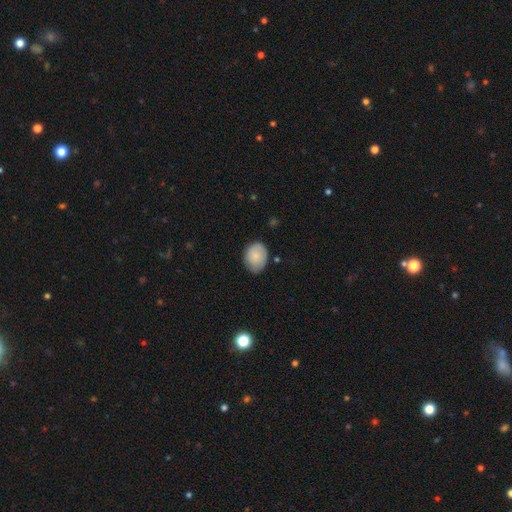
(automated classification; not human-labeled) smooth-or-featured: smooth: 84% | featured or disk: 10% | star or artifact: 7%
  how-rounded: in between: 58% | round: 41% | cigar-shaped: 1%
  merging: none: 73% | minor disturbance: 22% | major disturbance: 4% | merger: 2%